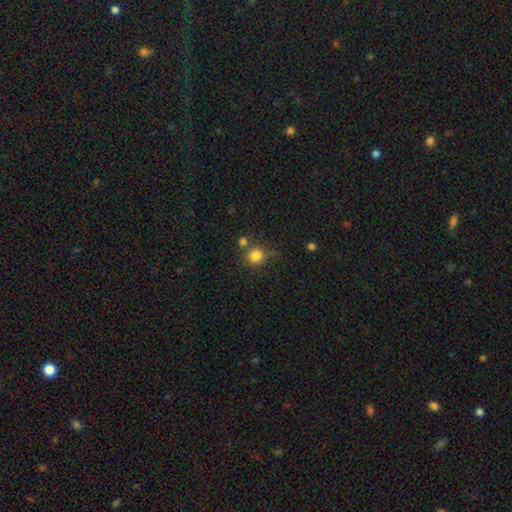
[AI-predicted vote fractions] Morphology: type=smooth (83%); roundness=round (88%); merging=none (67%).